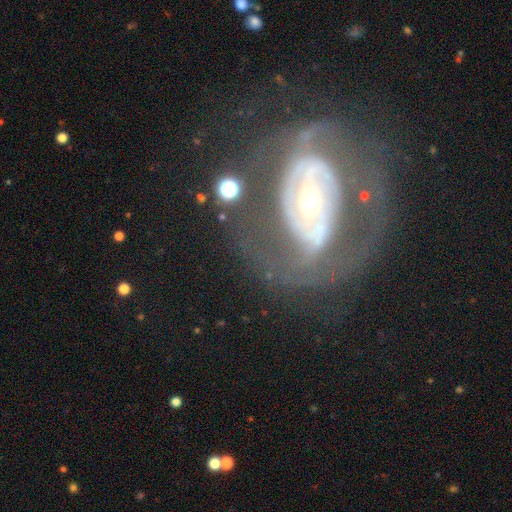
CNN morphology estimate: A featured or disk galaxy (79%) with no bar (44%), spiral arms (63%) and a small central bulge (53%). Merging: none (59%).